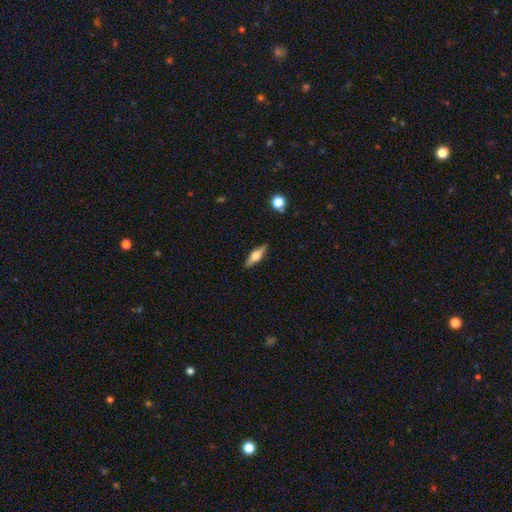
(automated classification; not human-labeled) This is possibly a featured or disk galaxy (55%). It is clearly viewed edge-on (94%). Edge-on bulge: clearly rounded (92%). Merging: clearly none (89%).